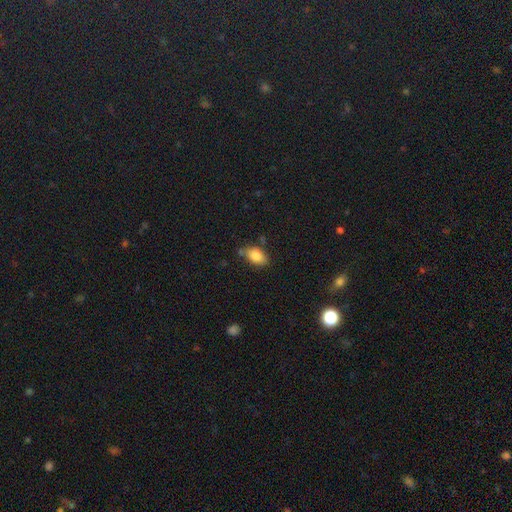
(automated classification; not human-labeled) smooth 85%, star or artifact 8%, featured or disk 7%. Down the decision tree: how rounded — in between (89%); merging — none (69%).